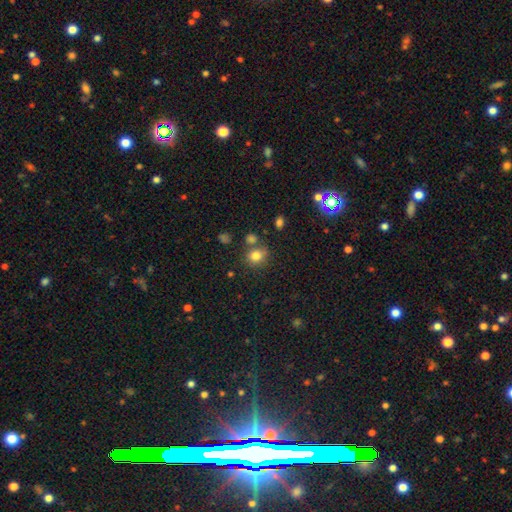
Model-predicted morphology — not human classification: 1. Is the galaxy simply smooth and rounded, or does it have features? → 80% smooth, 13% star or artifact, 7% featured or disk.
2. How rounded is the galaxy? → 75% round, 24% in between, 1% cigar-shaped.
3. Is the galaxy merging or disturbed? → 69% none, 13% merger, 13% minor disturbance, 5% major disturbance.